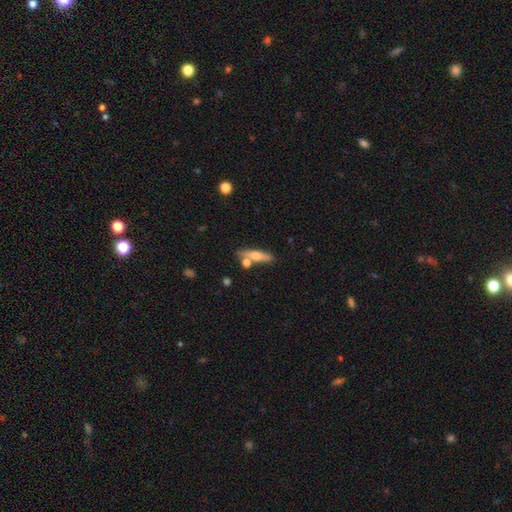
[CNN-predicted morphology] Smooth or featured? Predicted: smooth (p=0.53). How rounded? Predicted: cigar-shaped (p=0.72). Merging? Predicted: none (p=0.69).